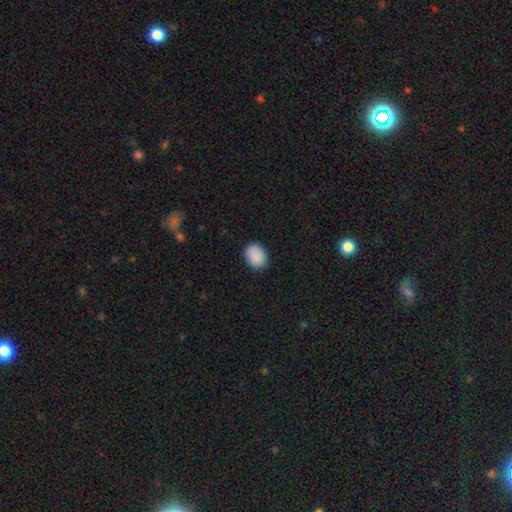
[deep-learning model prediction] The model was most divided on "how rounded": in between: 65%, round: 34%, cigar-shaped: 1%. More confident: smooth or featured — smooth (90%); merging — none (88%).